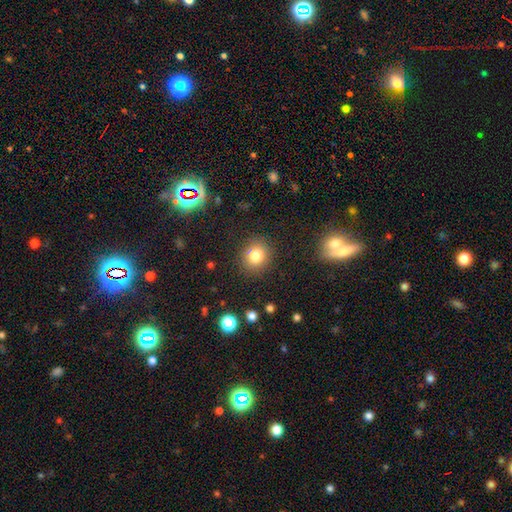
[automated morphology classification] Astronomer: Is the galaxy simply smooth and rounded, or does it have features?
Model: smooth — 78%.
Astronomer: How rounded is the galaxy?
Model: round — 80%.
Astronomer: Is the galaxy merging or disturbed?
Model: none — 86%.